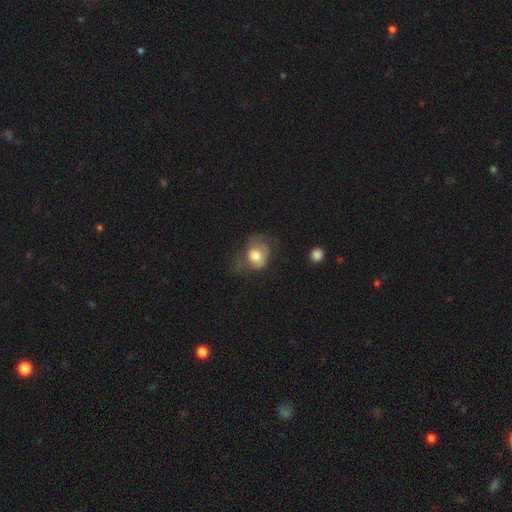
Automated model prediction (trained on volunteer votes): smooth_or_featured: smooth (p=0.67) [alt: featured or disk p=0.26]
how_rounded: round (p=0.50) [alt: in between p=0.49]
merging: major disturbance (p=0.41) [alt: none p=0.29]